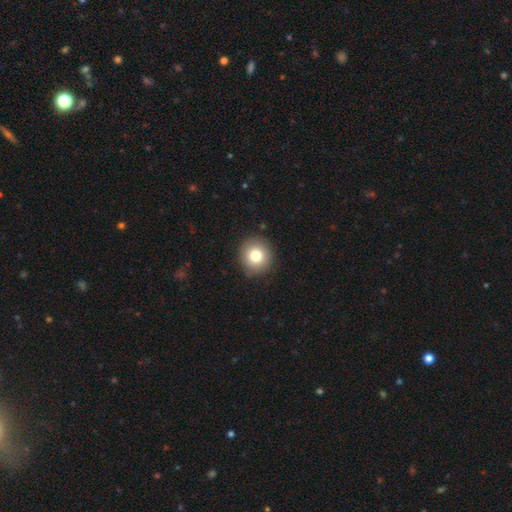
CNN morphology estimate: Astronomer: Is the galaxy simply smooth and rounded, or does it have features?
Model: smooth — 79%.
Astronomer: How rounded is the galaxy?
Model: round — 92%.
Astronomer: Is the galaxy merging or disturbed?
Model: none — 89%.